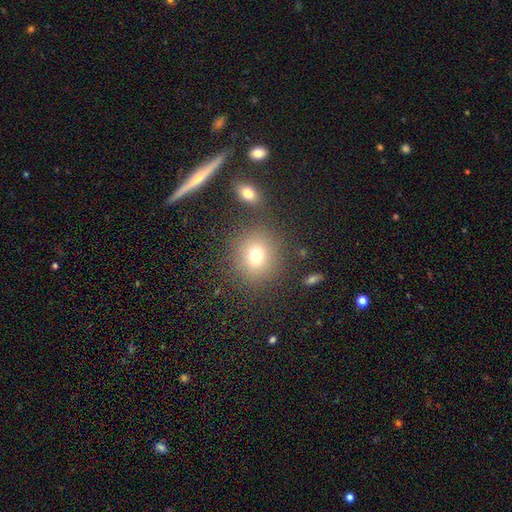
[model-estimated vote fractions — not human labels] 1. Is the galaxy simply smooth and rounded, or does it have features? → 74% smooth, 16% star or artifact, 11% featured or disk.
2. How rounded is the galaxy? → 81% round, 18% in between, 1% cigar-shaped.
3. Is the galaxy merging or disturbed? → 80% none, 9% minor disturbance, 7% merger, 4% major disturbance.